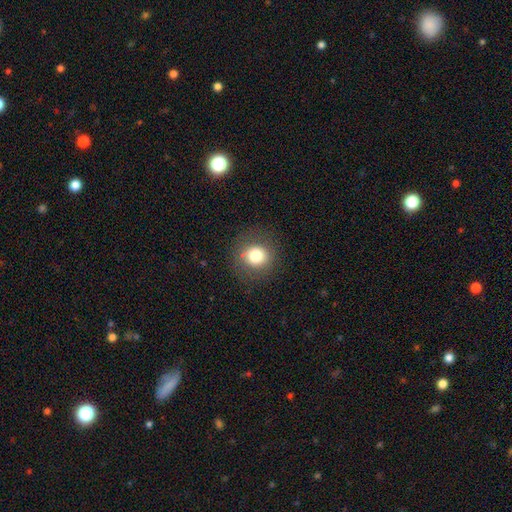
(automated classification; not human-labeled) This is likely a smooth galaxy (77%). How rounded: clearly round (86%). Merging: clearly none (84%).